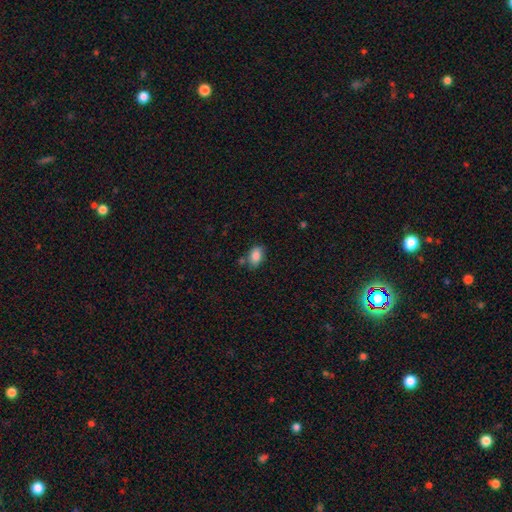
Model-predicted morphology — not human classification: This appears to be a smooth galaxy with no disk features (86%) that is in between round and cigar-shaped (87%). Merging: none (70%).